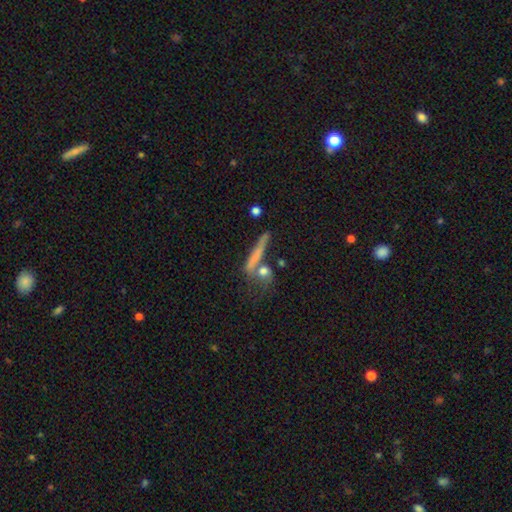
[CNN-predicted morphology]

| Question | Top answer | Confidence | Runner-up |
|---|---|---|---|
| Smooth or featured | smooth | 56% | featured or disk (34%) |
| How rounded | cigar-shaped | 81% | in between (11%) |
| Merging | none | 53% | merger (20%) |